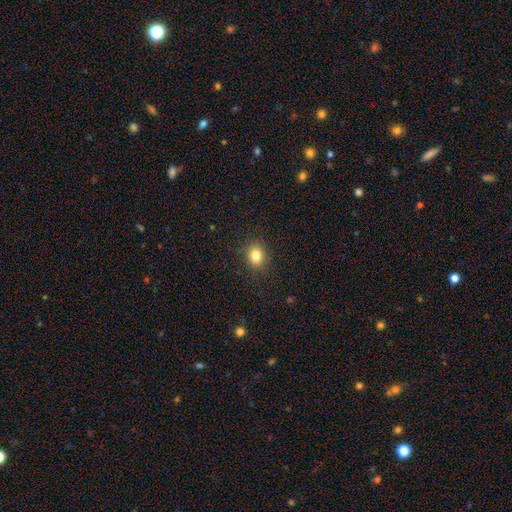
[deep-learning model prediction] Smooth or featured: smooth — 83% (star or artifact — 11%)
How rounded: round — 61% (in between — 38%)
Merging: none — 88% (minor disturbance — 8%)